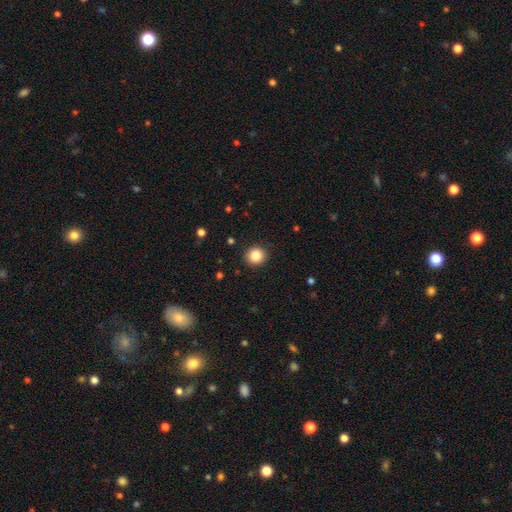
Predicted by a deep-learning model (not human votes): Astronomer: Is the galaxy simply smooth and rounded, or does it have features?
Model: smooth — 85%.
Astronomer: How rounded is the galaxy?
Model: round — 92%.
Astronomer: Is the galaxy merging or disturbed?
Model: none — 92%.